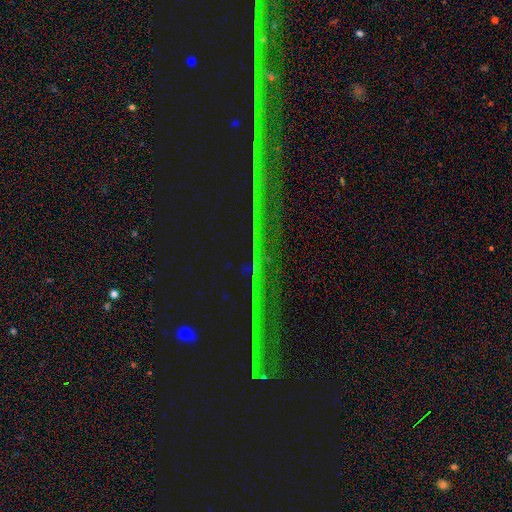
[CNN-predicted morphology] A star or artifact, not a galaxy (87%).

Vote fractions:
- Smooth or featured? star or artifact: 87% / featured or disk: 7% / smooth: 5%